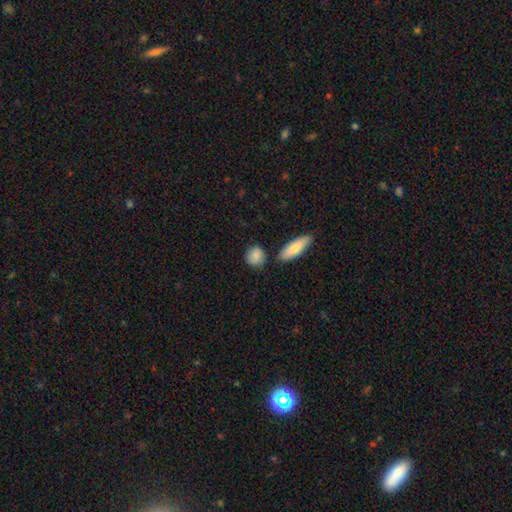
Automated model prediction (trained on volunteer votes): Q: Smooth or featured?
A: smooth (86%); runner-up: featured or disk (7%)
Q: How rounded?
A: round (71%); runner-up: in between (26%)
Q: Merging?
A: none (77%); runner-up: minor disturbance (13%)